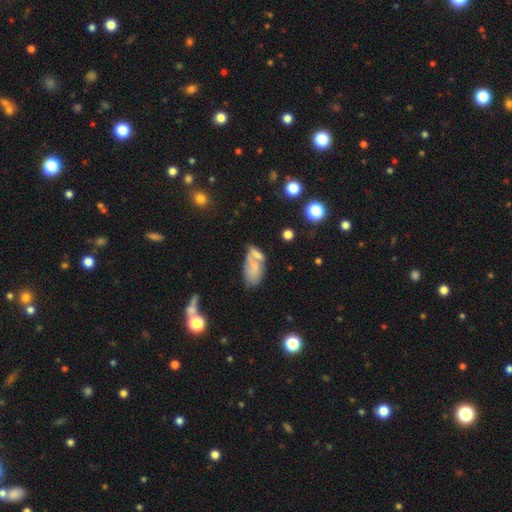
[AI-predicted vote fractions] Morphology: type=smooth (56%); roundness=in between (89%); merging=merger (36%).